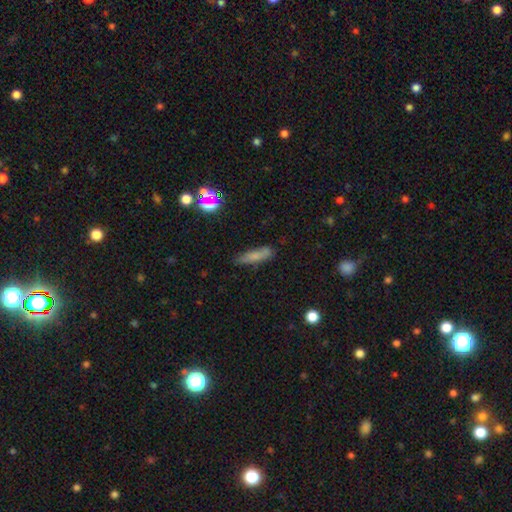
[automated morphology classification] The model was most divided on "how rounded": cigar-shaped: 71%, in between: 26%, round: 3%. More confident: merging — none (71%); smooth or featured — smooth (71%).